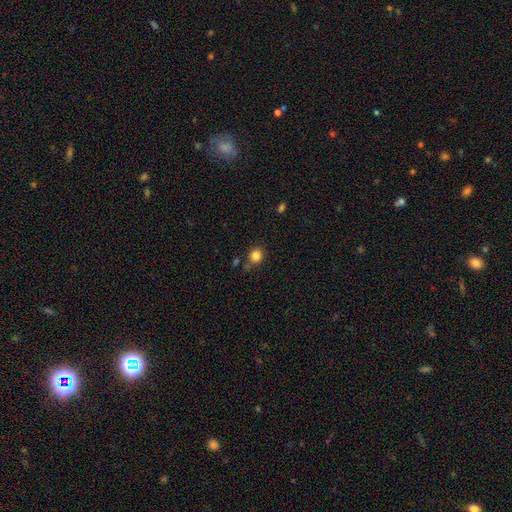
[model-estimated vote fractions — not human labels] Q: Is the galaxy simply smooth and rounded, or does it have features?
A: smooth — 84%.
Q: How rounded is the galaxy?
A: round — 89%.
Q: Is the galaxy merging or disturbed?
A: none — 79%.